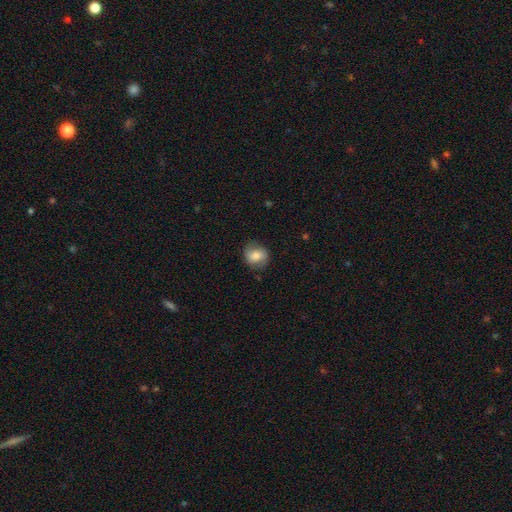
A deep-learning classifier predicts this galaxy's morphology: type=smooth (73%); roundness=round (66%); merging=none (77%).